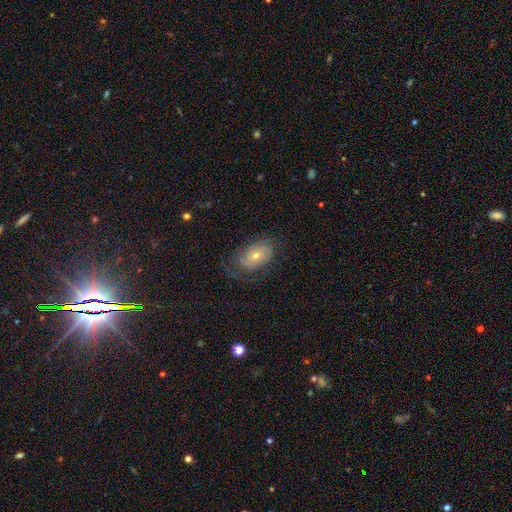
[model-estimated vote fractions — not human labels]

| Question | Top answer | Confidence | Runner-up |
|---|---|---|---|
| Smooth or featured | featured or disk | 44% | tied: smooth (44%) |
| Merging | none | 60% | minor disturbance (23%) |